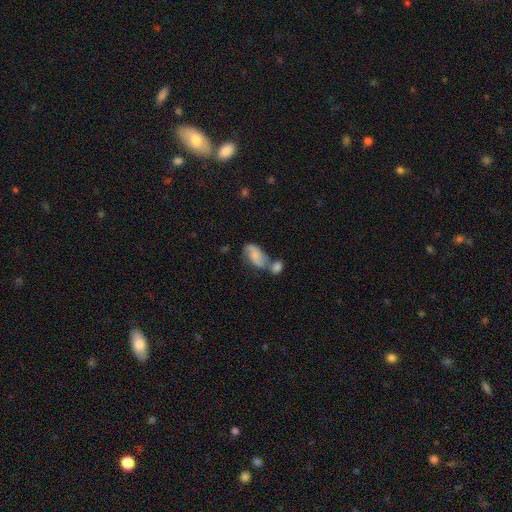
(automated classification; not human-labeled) This is possibly a smooth galaxy (53%). How rounded: clearly in between (90%). Merging: possibly merger (49%).